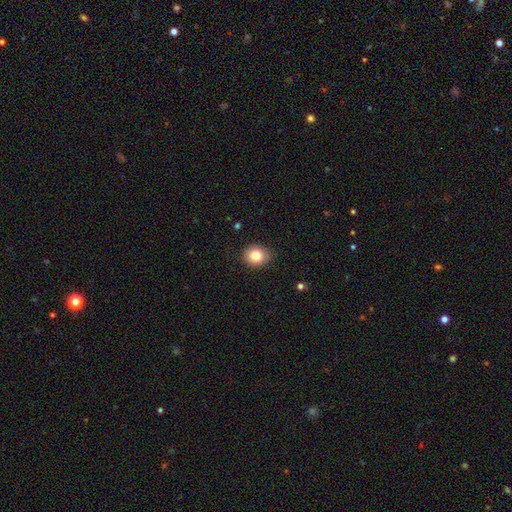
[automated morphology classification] Smooth or featured? smooth (83%)
How rounded? round (67%)
Merging? none (84%)